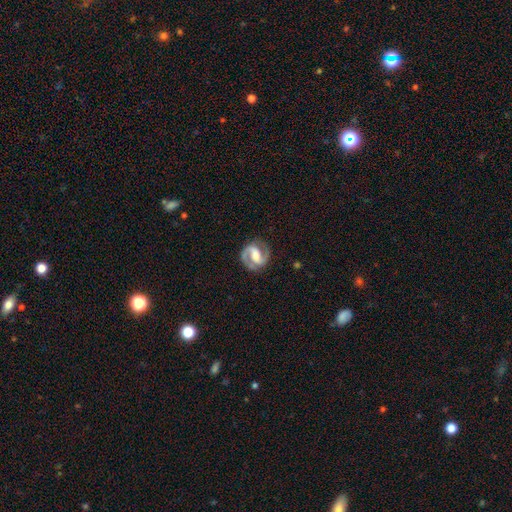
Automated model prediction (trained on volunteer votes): featured or disk 89%, smooth 7%, star or artifact 4%. Down the decision tree: edge-on disk — no (98%); bar — strong (42%); spiral arms — yes (97%); spiral arm count — 2 (93%); spiral winding — medium (57%); bulge size — moderate (49%); merging — none (83%).